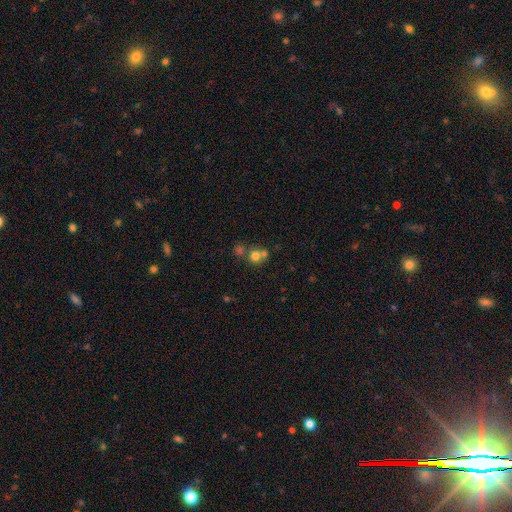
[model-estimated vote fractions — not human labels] This is likely a smooth galaxy (71%). How rounded: clearly round (85%). Merging: possibly none (46%).